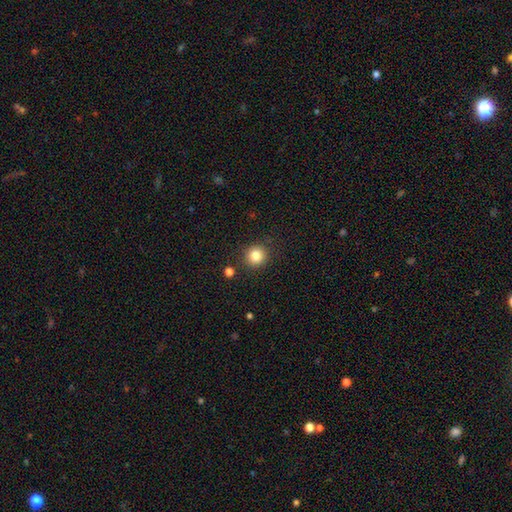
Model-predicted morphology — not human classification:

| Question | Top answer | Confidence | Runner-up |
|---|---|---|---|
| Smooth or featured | smooth | 82% | star or artifact (12%) |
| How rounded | round | 92% | in between (7%) |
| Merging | none | 88% | minor disturbance (7%) |